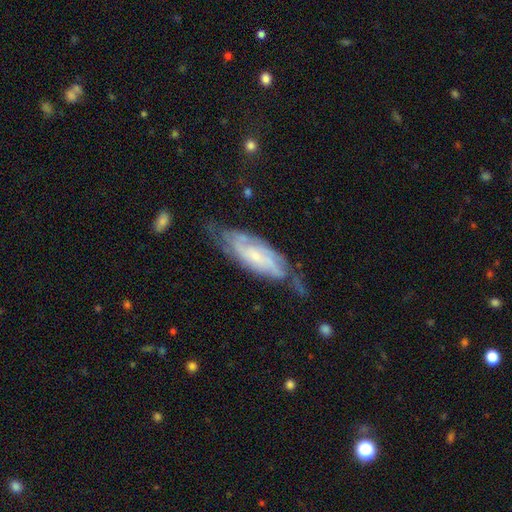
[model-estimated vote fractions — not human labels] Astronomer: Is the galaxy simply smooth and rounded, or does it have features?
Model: featured or disk — 76%.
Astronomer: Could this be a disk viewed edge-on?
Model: no — 86%.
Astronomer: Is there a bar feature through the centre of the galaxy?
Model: no — 58%.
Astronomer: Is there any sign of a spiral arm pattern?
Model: yes — 91%.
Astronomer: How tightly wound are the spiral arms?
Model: tight — 53% (runner-up: medium, 36%).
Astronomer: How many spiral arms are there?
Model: can't tell — 41% (runner-up: 2, 37%).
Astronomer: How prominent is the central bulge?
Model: small — 68%.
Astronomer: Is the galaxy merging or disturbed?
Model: none — 55%.